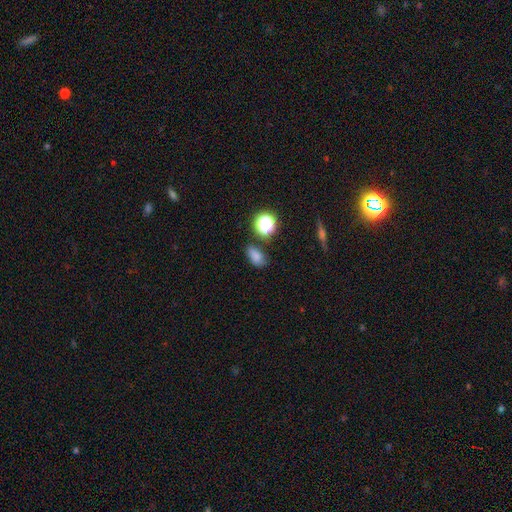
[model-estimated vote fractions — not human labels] Overall: smooth (76%). How rounded: in between (81%). Merging: none (68%).